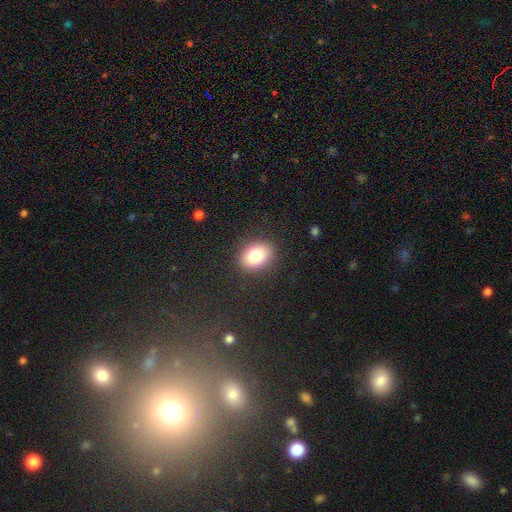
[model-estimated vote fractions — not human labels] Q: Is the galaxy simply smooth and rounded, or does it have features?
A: smooth — 81%.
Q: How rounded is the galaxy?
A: in between — 65%.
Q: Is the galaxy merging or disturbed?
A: none — 88%.